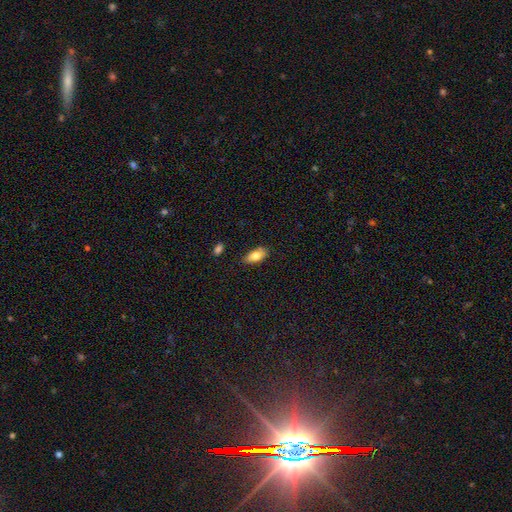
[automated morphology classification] This is likely a smooth galaxy (78%). How rounded: clearly in between (87%). Merging: likely none (80%).